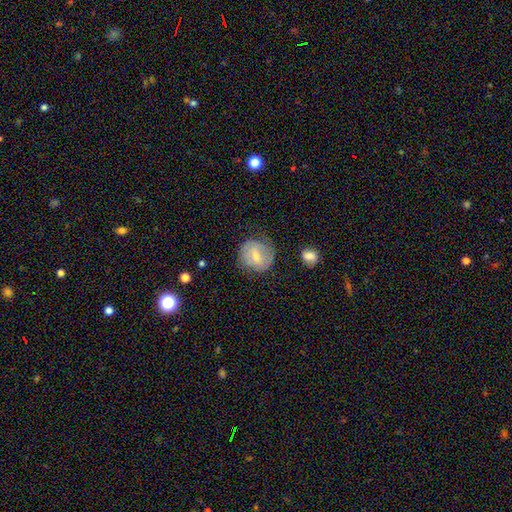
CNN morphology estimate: Q: Smooth or featured?
A: featured or disk (49%); runner-up: smooth (44%)
Q: Merging?
A: none (66%); runner-up: minor disturbance (22%)